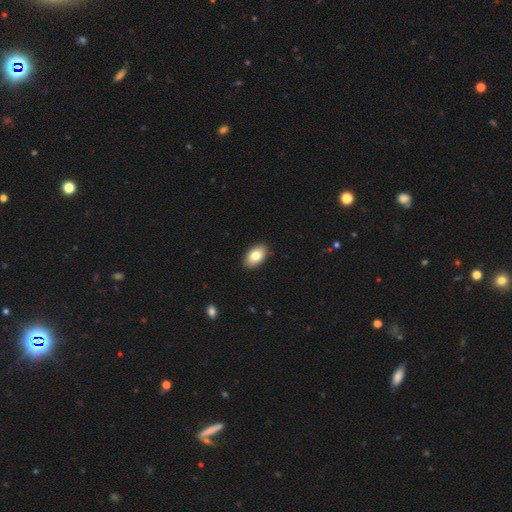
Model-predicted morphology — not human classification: This is clearly a smooth galaxy (82%). How rounded: clearly in between (93%). Merging: clearly none (90%).